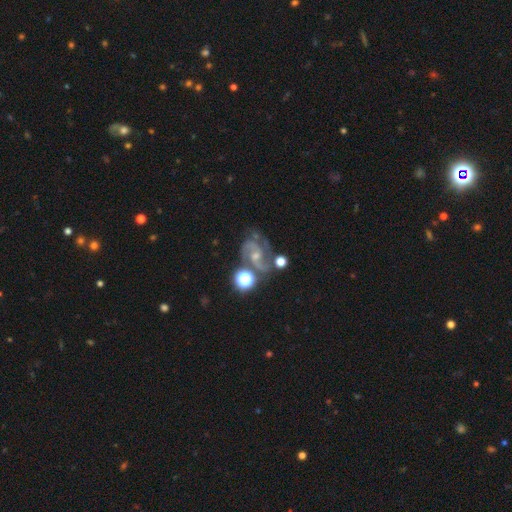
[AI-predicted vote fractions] smooth_or_featured: featured or disk (p=0.84) [alt: star or artifact p=0.09]
disk_edge_on: no (p=0.98) [alt: yes p=0.02]
bar: weak (p=0.44) [alt: no p=0.43]
has_spiral_arms: yes (p=0.97) [alt: no p=0.03]
spiral_winding: medium (p=0.61) [alt: loose p=0.20]
spiral_arm_count: 2 (p=0.83) [alt: 3 p=0.07]
bulge_size: small (p=0.58) [alt: moderate p=0.35]
merging: none (p=0.58) [alt: minor disturbance p=0.19]